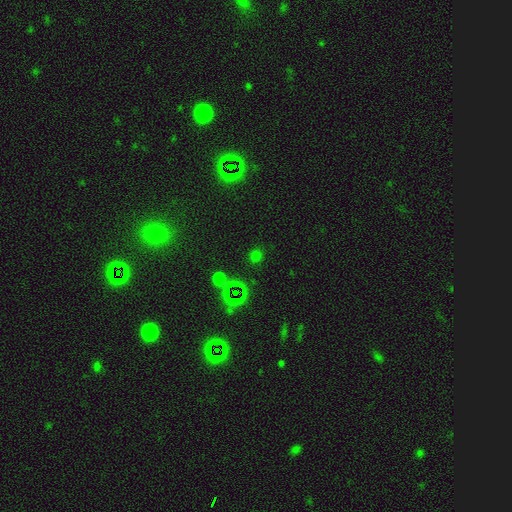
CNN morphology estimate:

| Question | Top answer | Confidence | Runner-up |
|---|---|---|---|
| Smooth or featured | smooth | 54% | star or artifact (40%) |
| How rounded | round | 86% | in between (13%) |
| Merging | none | 83% | minor disturbance (9%) |